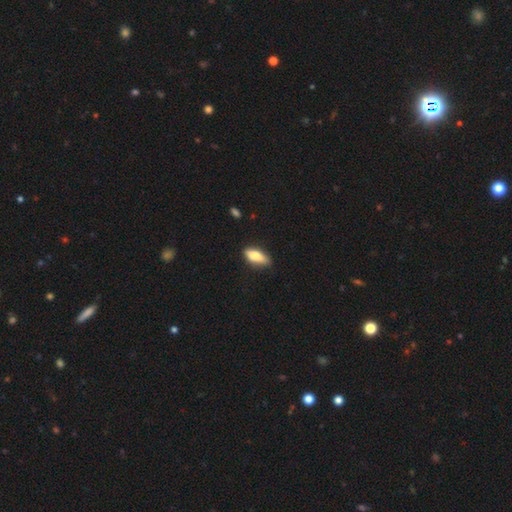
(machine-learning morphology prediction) The model was most divided on "smooth or featured": smooth: 74%, featured or disk: 20%, star or artifact: 6%. More confident: merging — none (76%); how rounded — in between (76%).